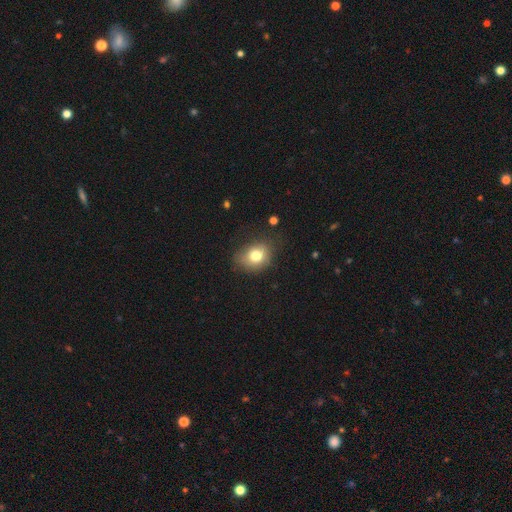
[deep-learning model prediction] Smooth or featured: smooth — 77% (featured or disk — 12%)
How rounded: round — 55% (in between — 44%)
Merging: none — 69% (minor disturbance — 23%)